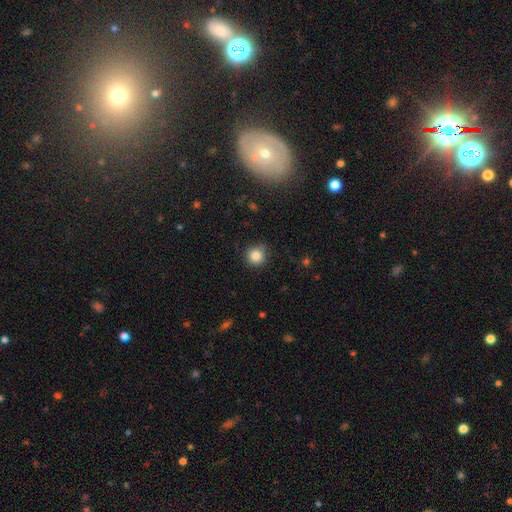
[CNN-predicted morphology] smooth-or-featured: smooth: 84% | star or artifact: 12% | featured or disk: 5%
  how-rounded: round: 92% | in between: 7% | cigar-shaped: 1%
  merging: none: 79% | minor disturbance: 15% | major disturbance: 3% | merger: 2%